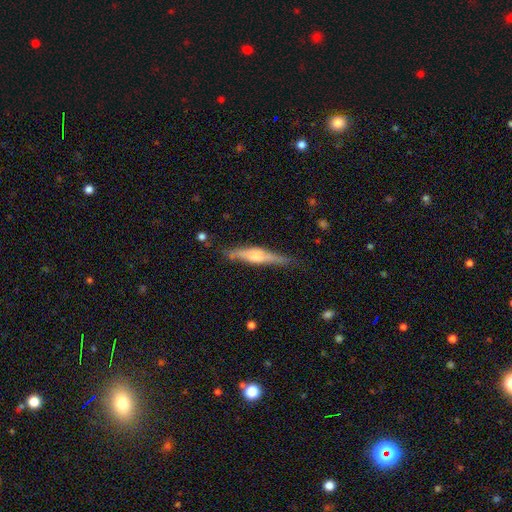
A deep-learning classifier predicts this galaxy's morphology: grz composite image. It shows a featured or disk galaxy (63%) viewed edge-on (94%) with a rounded central bulge (69%). Merging: none (76%).